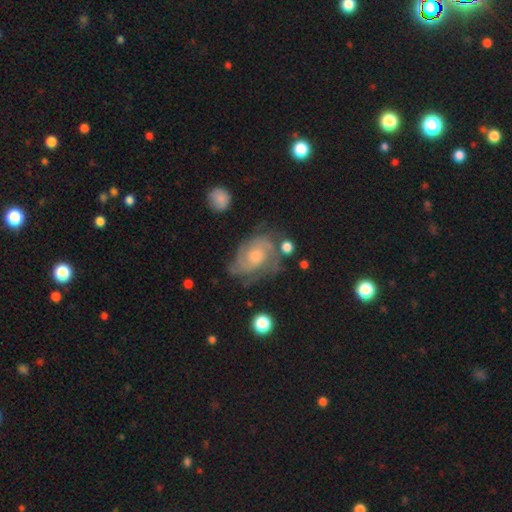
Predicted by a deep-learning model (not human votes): A featured or disk galaxy (80%) with no bar (71%), 2 (29%, tied with can't tell) tight (54%) spiral arms (93%) and a moderate central bulge (56%).

Vote fractions:
- Smooth or featured? featured or disk: 80% / smooth: 13% / star or artifact: 8%
- Edge-on disk? no: 97% / yes: 3%
- Bar? no: 71% / weak: 25% / strong: 4%
- Spiral arms? yes: 93% / no: 7%
- Spiral winding? tight: 54% / medium: 37% / loose: 9%
- Spiral arm count? 2: 29% (tied) / can't tell: 29% (tied) / 3: 25% / 4: 7% / 1: 5% / more than 4: 5%
- Bulge size? moderate: 56% / small: 34% / large: 6% / none: 3% / dominant: 1%
- Merging? none: 64% / minor disturbance: 22% / major disturbance: 11% / merger: 4%